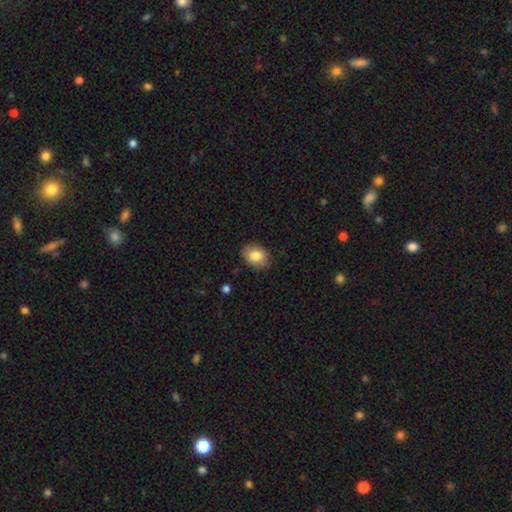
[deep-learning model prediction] Smooth or featured? smooth (83%)
How rounded? in between (74%)
Merging? none (85%)